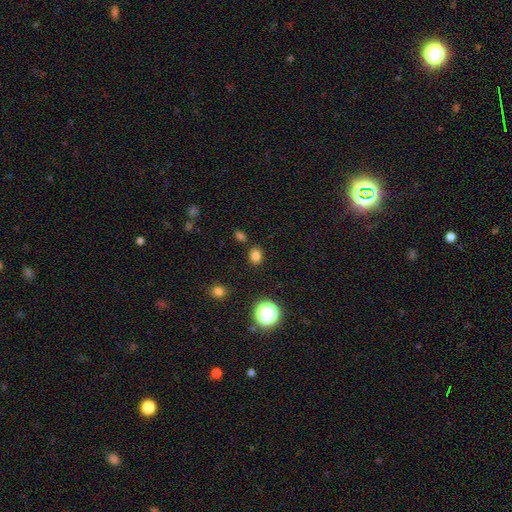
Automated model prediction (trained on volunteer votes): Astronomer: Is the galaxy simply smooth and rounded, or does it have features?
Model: smooth — 78%.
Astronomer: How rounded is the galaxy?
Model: in between — 52% (runner-up: round, 47%).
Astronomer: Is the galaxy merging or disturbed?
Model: none — 82%.